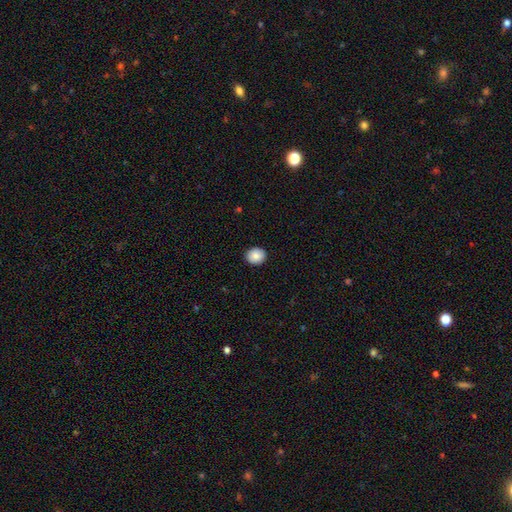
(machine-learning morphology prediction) Q: Smooth or featured?
A: smooth (87%); runner-up: star or artifact (8%)
Q: How rounded?
A: round (76%); runner-up: in between (23%)
Q: Merging?
A: none (91%); runner-up: minor disturbance (6%)